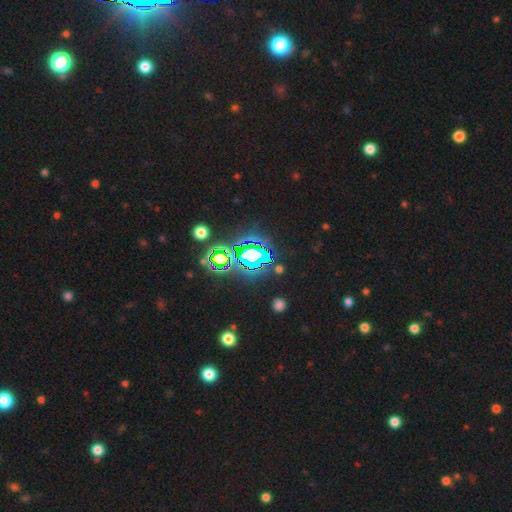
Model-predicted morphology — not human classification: A star or artifact, not a galaxy (80%).